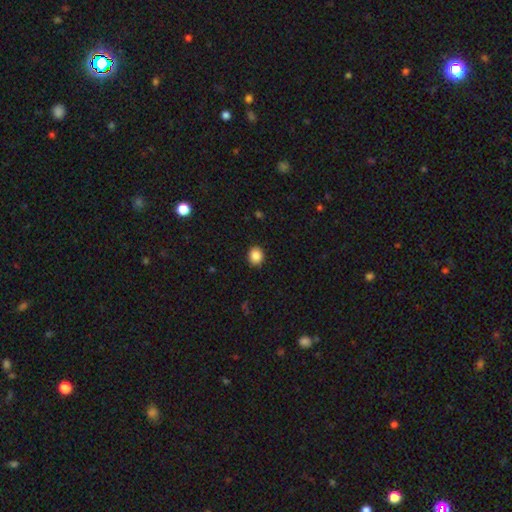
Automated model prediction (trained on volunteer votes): Overall: smooth (87%). How rounded: round (73%). Merging: none (91%).